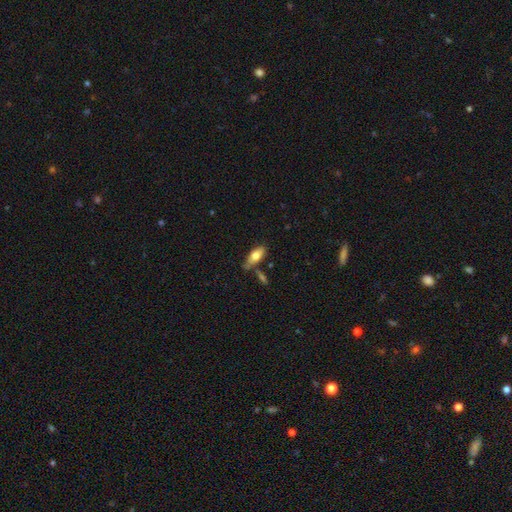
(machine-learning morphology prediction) A smooth galaxy with no disk features (72%) that is in between round and cigar-shaped (79%).

Vote fractions:
- Smooth or featured? smooth: 72% / featured or disk: 21% / star or artifact: 7%
- How rounded? in between: 79% / cigar-shaped: 18% / round: 3%
- Merging? none: 59% / minor disturbance: 20% / merger: 15% / major disturbance: 5%